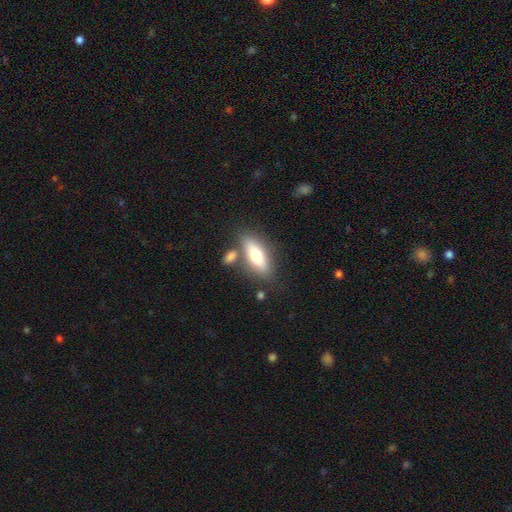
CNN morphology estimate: Smooth or featured? Predicted: smooth (p=0.65). How rounded? Predicted: in between (p=0.64). Merging? Predicted: none (p=0.68).